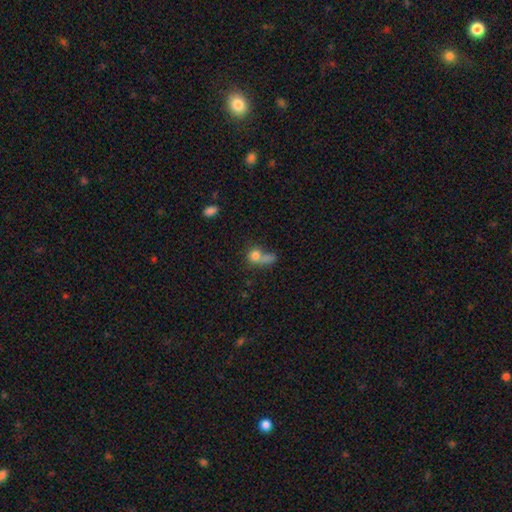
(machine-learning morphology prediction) smooth_or_featured: smooth (p=0.74) [alt: featured or disk p=0.14]
how_rounded: round (p=0.67) [alt: in between p=0.30]
merging: merger (p=0.48) [alt: none p=0.29]